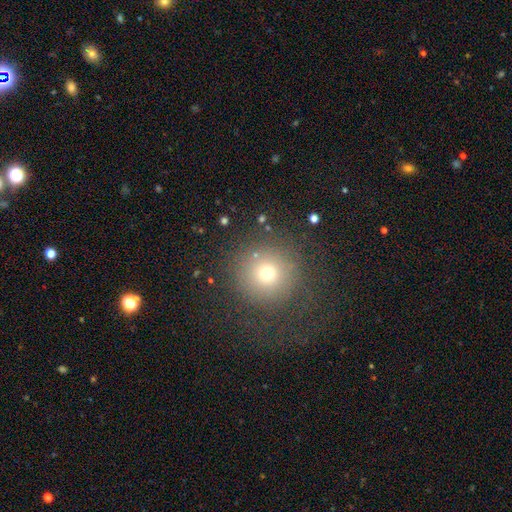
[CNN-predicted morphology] A smooth galaxy with no disk features (67%) that is round (95%). Merging: none (73%).